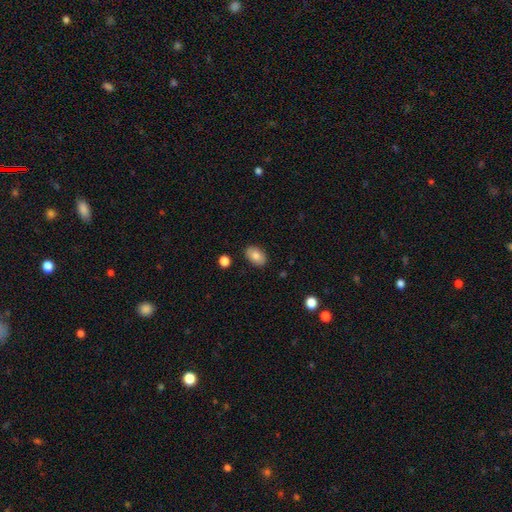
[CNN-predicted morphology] This appears to be a smooth galaxy with no disk features (82%) that is in between round and cigar-shaped (89%). Merging: none (87%).